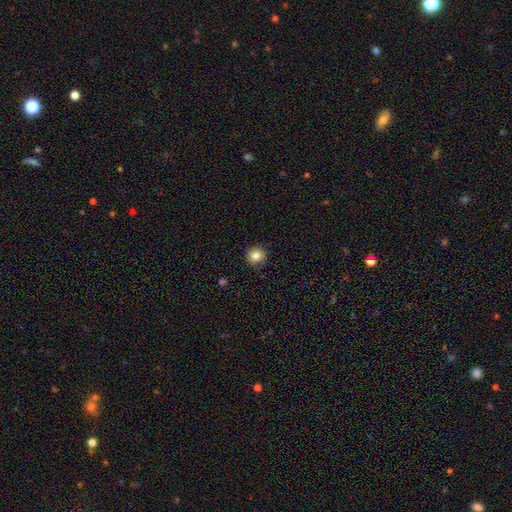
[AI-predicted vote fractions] This appears to be a smooth galaxy with no disk features (85%) that is round (91%). Merging: none (90%).